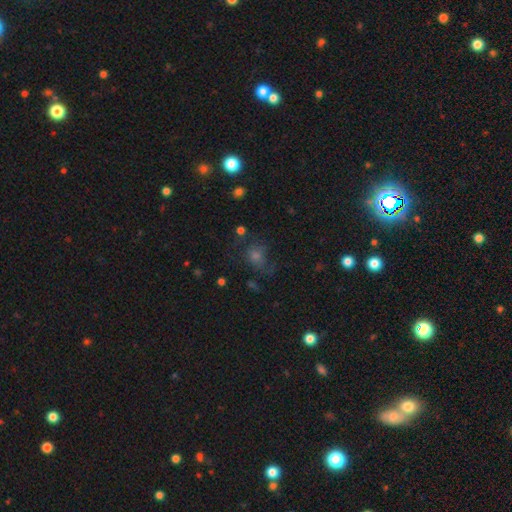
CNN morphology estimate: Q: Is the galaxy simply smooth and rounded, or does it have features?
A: smooth — 44%.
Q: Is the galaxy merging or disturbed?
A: none — 59%.